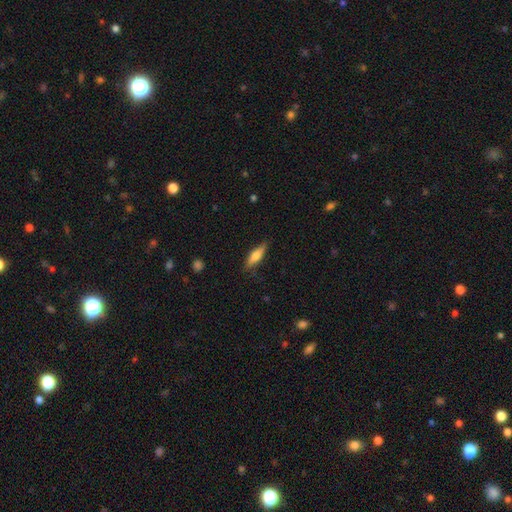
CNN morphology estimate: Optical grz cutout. It shows a smooth galaxy with no disk features (63%) that is cigar-shaped (60%). Merging: none (79%).